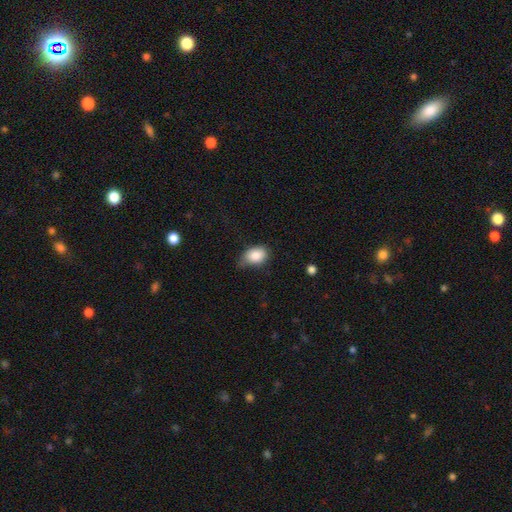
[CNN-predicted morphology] Q: Smooth or featured?
A: smooth (85%); runner-up: star or artifact (8%)
Q: How rounded?
A: in between (77%); runner-up: round (22%)
Q: Merging?
A: none (53%); runner-up: minor disturbance (37%)